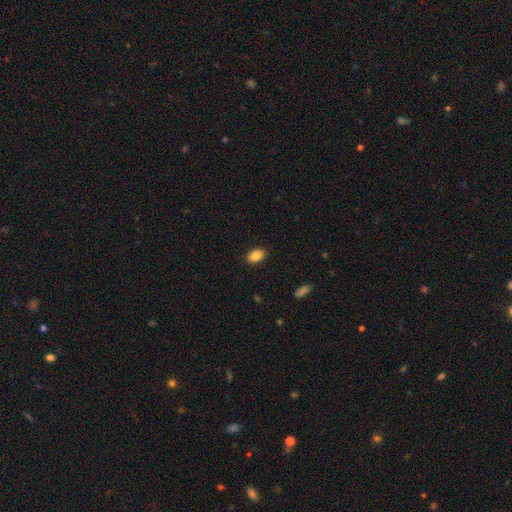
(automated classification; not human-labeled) Smooth or featured? smooth (88%)
How rounded? in between (90%)
Merging? none (89%)